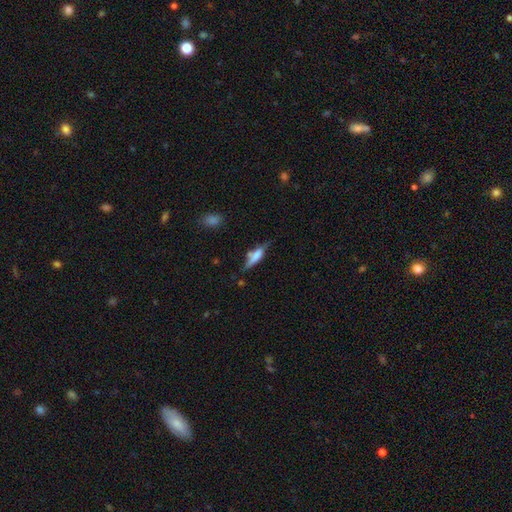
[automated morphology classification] Overall: smooth (57%; featured or disk 35%). How rounded: cigar-shaped (67%; in between 30%). Merging: none (53%; minor disturbance 25%).